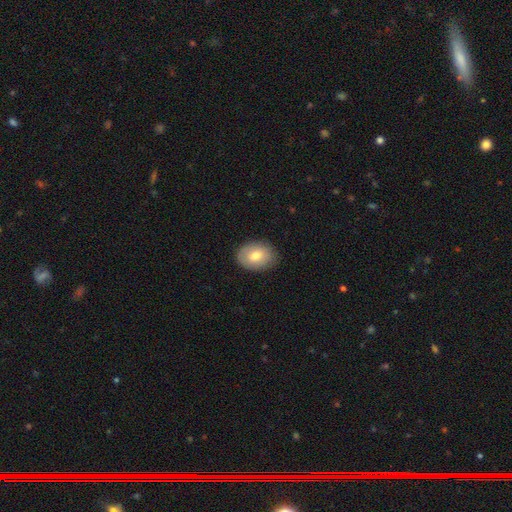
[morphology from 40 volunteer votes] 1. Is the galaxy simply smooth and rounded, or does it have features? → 68% smooth, 20% featured or disk, 12% star or artifact.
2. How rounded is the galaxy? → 89% in between, 11% round, 0% cigar-shaped.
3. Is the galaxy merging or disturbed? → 74% none, 26% minor disturbance, 0% major disturbance, 0% merger.